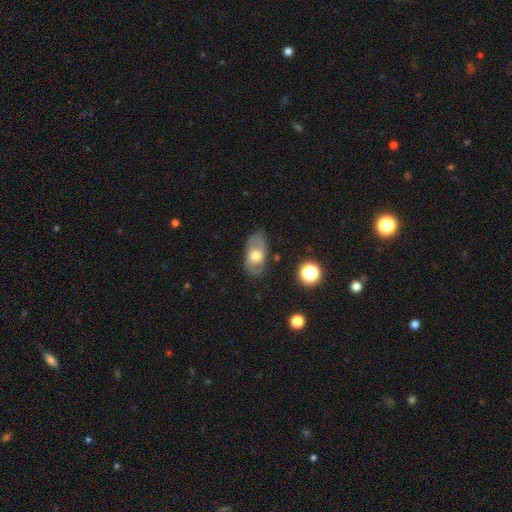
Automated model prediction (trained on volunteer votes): Smooth or featured?
  - featured or disk: 63% *
  - smooth: 30%
  - star or artifact: 7%
Edge-on disk?
  - no: 91% *
  - yes: 9%
Bar?
  - no: 70% *
  - weak: 24%
  - strong: 5%
Spiral arms?
  - yes: 74% *
  - no: 26%
Bulge size?
  - moderate: 61% *
  - large: 24%
  - small: 12%
  - dominant: 2%
  - none: 2%
Merging?
  - none: 76% *
  - minor disturbance: 16%
  - major disturbance: 6%
  - merger: 2%